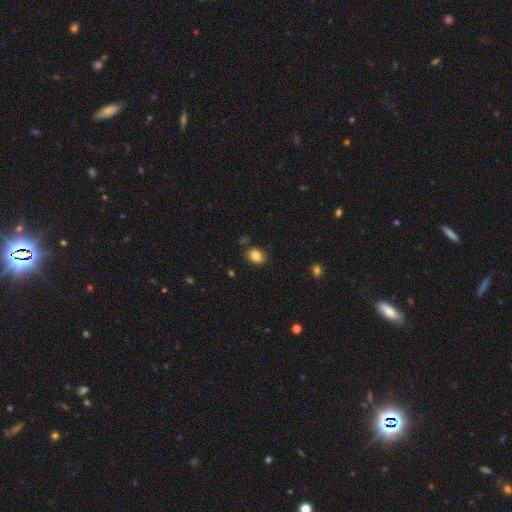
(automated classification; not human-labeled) This appears to be a smooth galaxy with no disk features (85%) that is in between round and cigar-shaped (62%). Merging: none (81%).